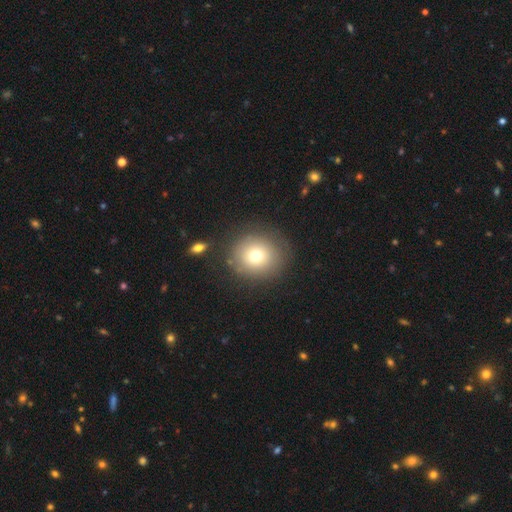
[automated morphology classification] Smooth or featured? smooth (72%)
How rounded? round (88%)
Merging? none (82%)